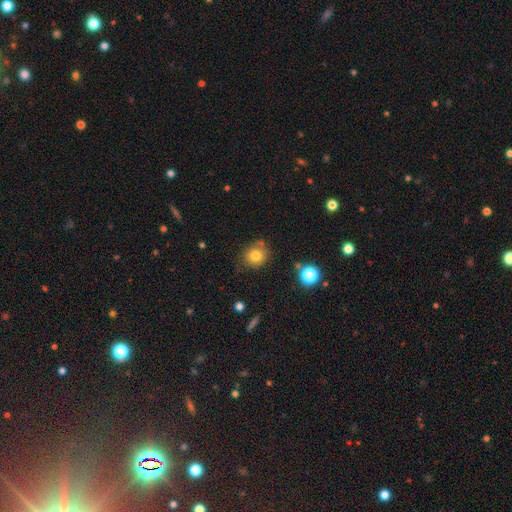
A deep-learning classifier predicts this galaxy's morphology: smooth-or-featured: smooth: 79% | star or artifact: 13% | featured or disk: 9%
  how-rounded: round: 82% | in between: 18% | cigar-shaped: 1%
  merging: none: 75% | minor disturbance: 16% | merger: 6% | major disturbance: 4%